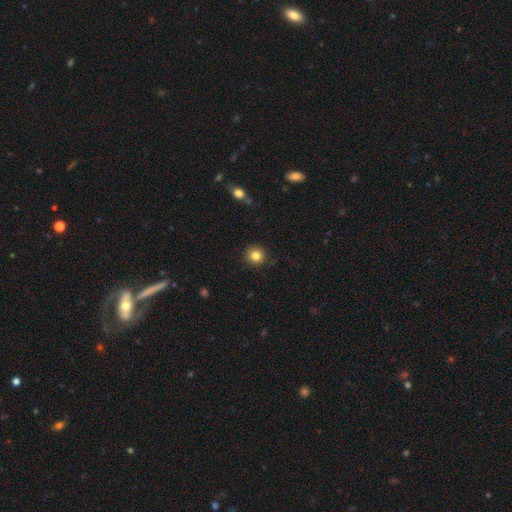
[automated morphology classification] Smooth or featured? Predicted: smooth (p=0.83). How rounded? Predicted: round (p=0.93). Merging? Predicted: none (p=0.89).